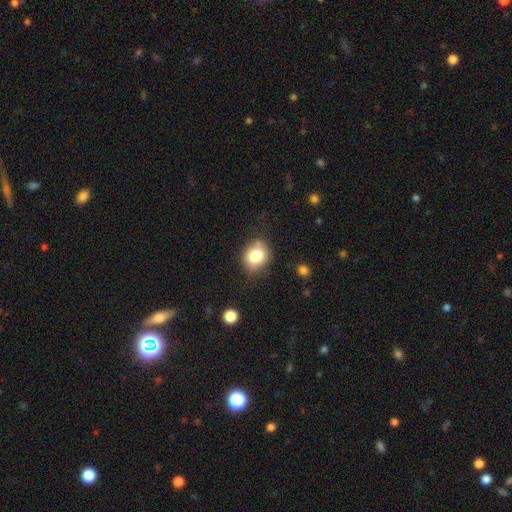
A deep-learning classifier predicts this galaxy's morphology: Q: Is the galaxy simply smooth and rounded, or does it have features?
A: smooth — 79%.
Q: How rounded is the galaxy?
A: round — 69%.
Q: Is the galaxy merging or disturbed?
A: none — 74%.